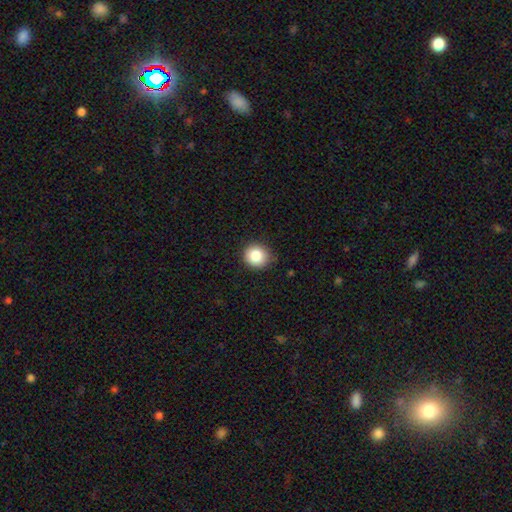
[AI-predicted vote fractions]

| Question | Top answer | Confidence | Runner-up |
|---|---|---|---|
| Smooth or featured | smooth | 85% | star or artifact (10%) |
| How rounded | round | 90% | in between (9%) |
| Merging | none | 88% | minor disturbance (9%) |